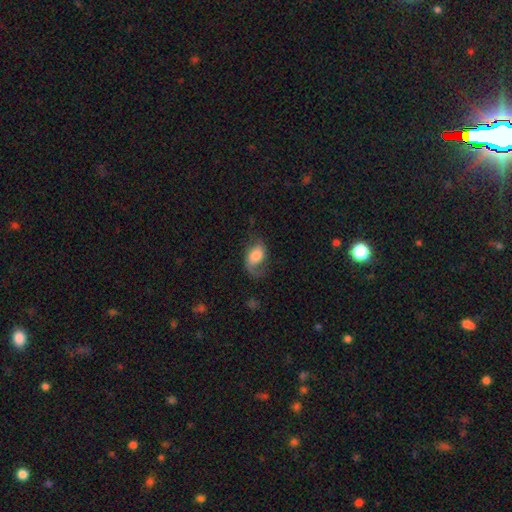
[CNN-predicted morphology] Smooth or featured? Predicted: featured or disk (p=0.47). Merging? Predicted: none (p=0.48).